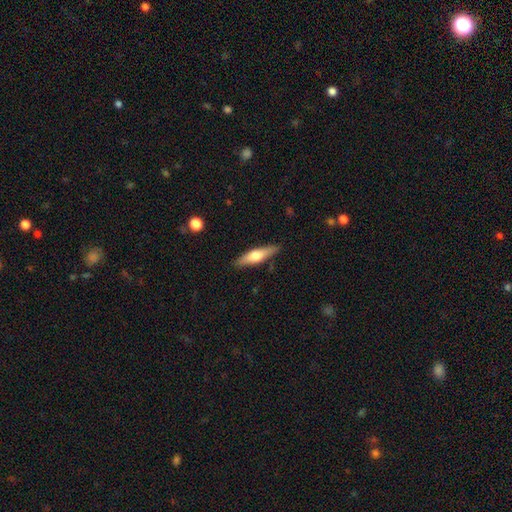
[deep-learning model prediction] This is possibly a smooth galaxy (54%). How rounded: likely cigar-shaped (70%). Merging: clearly none (87%).